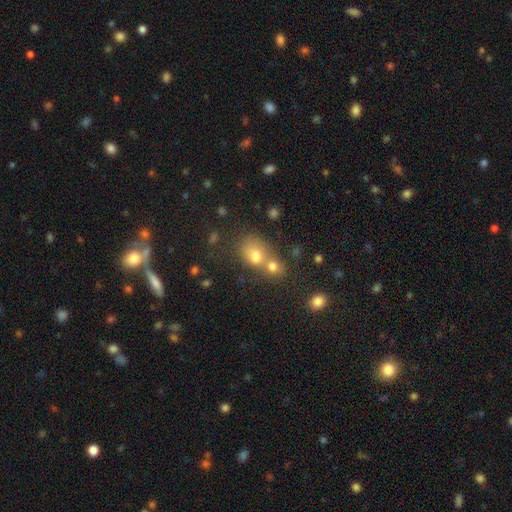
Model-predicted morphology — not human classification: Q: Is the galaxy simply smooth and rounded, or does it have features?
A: smooth — 66%.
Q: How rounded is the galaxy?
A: round — 56%.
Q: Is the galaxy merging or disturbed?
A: merger — 54%.